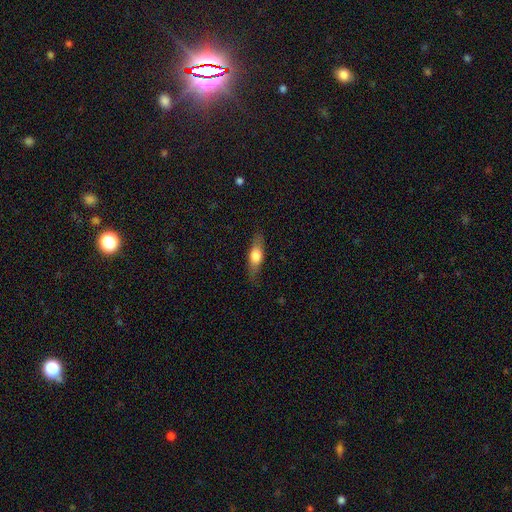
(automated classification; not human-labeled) Smooth or featured? Predicted: smooth (p=0.60). How rounded? Predicted: in between (p=0.51). Merging? Predicted: none (p=0.81).